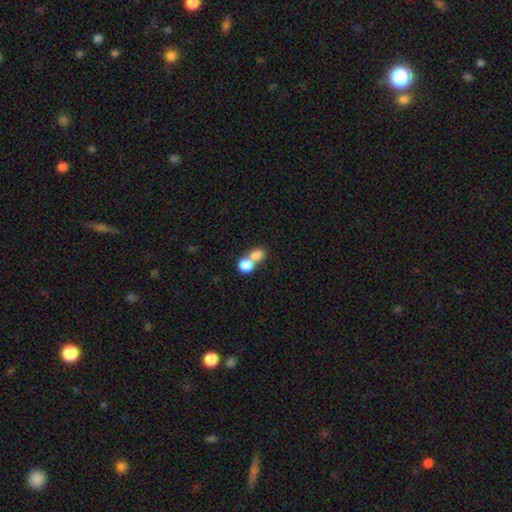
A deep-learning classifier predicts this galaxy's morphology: smooth-or-featured: smooth: 80% | star or artifact: 10% | featured or disk: 10%
  how-rounded: round: 69% | in between: 30% | cigar-shaped: 1%
  merging: merger: 58% | none: 34% | minor disturbance: 5% | major disturbance: 3%